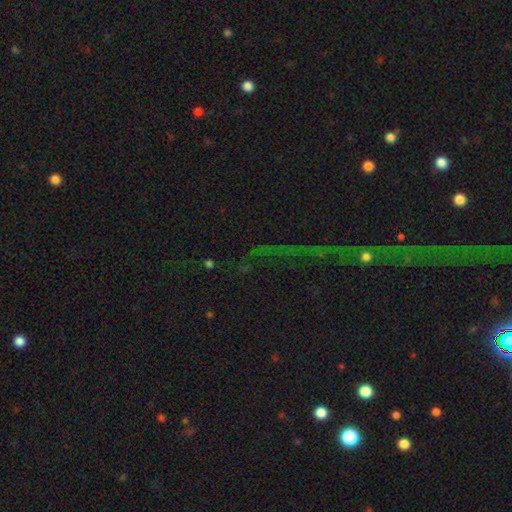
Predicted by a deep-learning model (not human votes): Smooth or featured? star or artifact (77%)